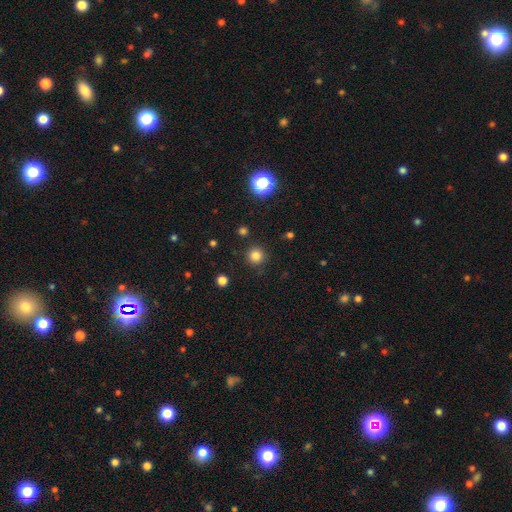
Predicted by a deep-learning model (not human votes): A smooth galaxy with no disk features (81%) that is round (95%). Merging: none (90%).